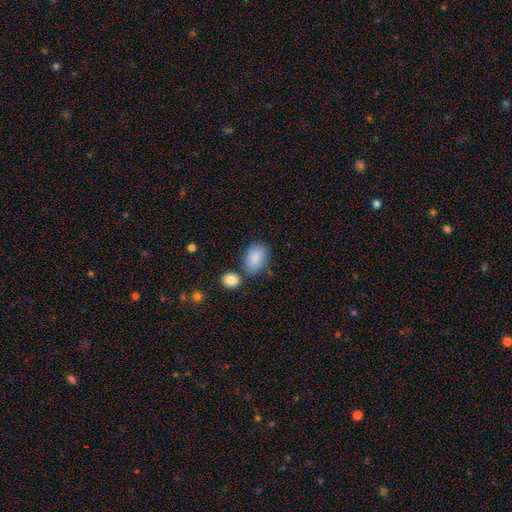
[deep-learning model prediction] Morphology: type=smooth (85%); roundness=in between (81%); merging=none (64%).